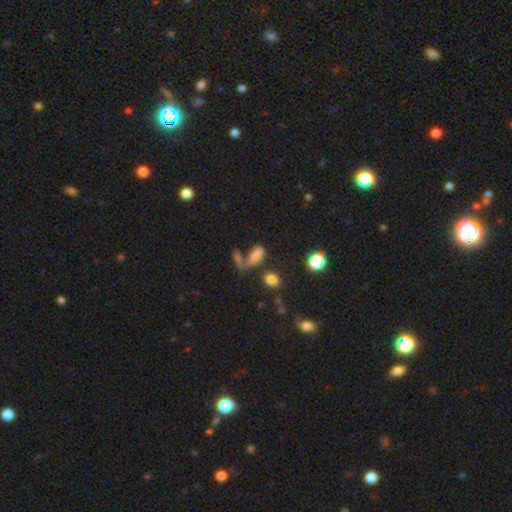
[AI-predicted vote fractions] Smooth or featured: smooth — 70% (star or artifact — 16%)
How rounded: in between — 74% (cigar-shaped — 14%)
Merging: none — 37% (merger — 35%)